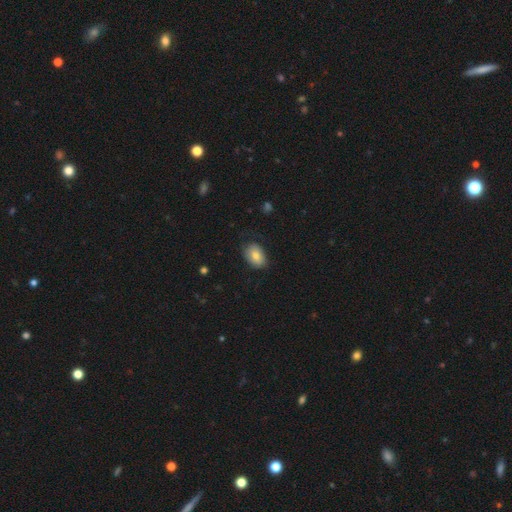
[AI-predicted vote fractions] Smooth or featured? smooth (78%)
How rounded? in between (82%)
Merging? none (73%)